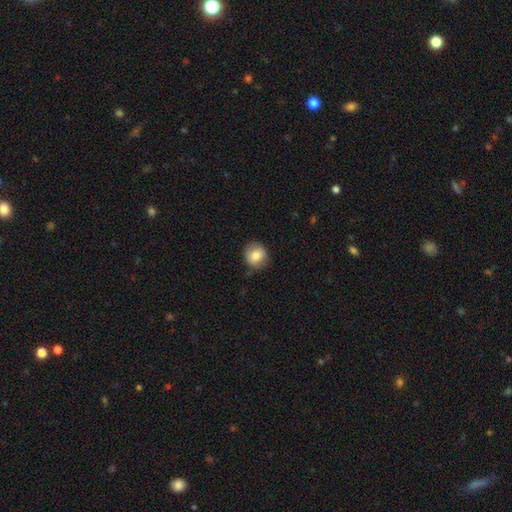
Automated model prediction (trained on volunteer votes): smooth 79%, featured or disk 13%, star or artifact 8%. Down the decision tree: how rounded — round (80%); merging — none (79%).